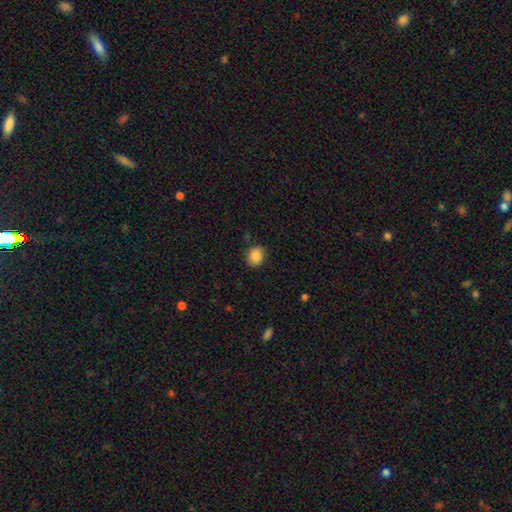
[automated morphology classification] Smooth or featured? smooth (88%)
How rounded? round (66%)
Merging? none (83%)